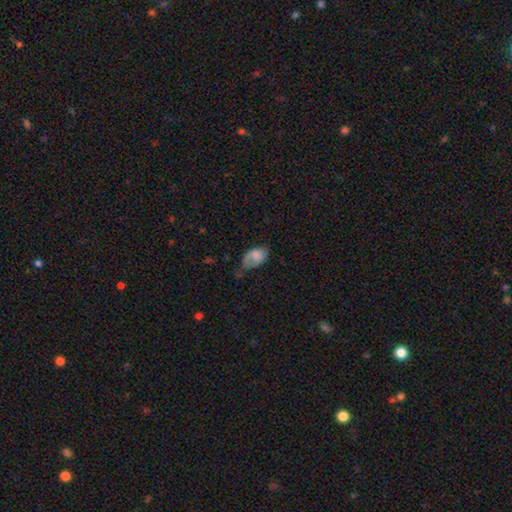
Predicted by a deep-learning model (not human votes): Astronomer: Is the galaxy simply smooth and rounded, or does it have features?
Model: smooth — 66%.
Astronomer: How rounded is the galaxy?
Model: in between — 91%.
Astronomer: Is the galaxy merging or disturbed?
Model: minor disturbance — 38% (runner-up: none, 36%).